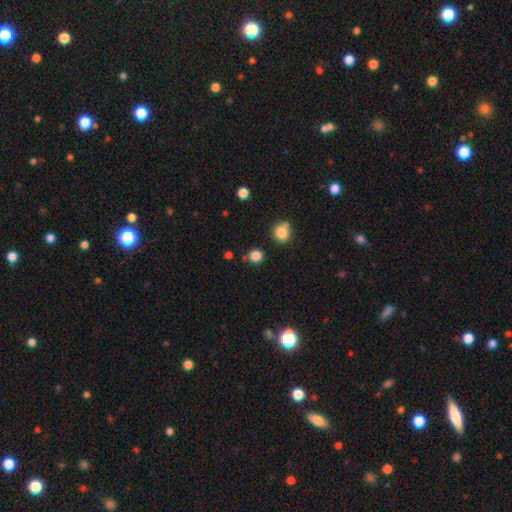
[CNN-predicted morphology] Overall: smooth (82%). How rounded: round (84%). Merging: none (78%).